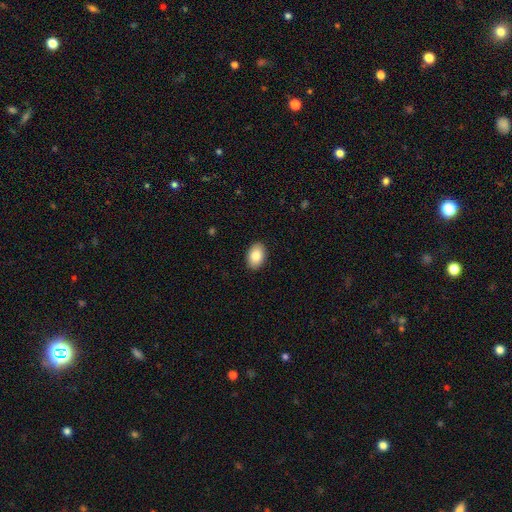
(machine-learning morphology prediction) A smooth galaxy with no disk features (84%) that is in between round and cigar-shaped (87%).

Vote fractions:
- Smooth or featured? smooth: 84% / featured or disk: 9% / star or artifact: 7%
- How rounded? in between: 87% / round: 12% / cigar-shaped: 1%
- Merging? none: 90% / minor disturbance: 7% / major disturbance: 2% / merger: 1%